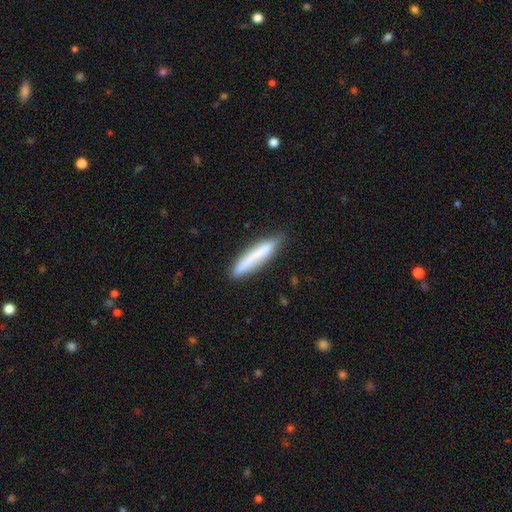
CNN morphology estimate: Smooth or featured? smooth (72%)
How rounded? cigar-shaped (89%)
Merging? none (77%)